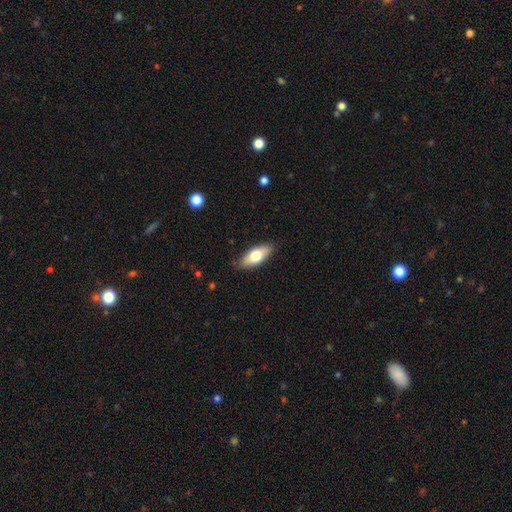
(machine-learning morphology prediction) smooth 69%, featured or disk 25%, star or artifact 6%. Down the decision tree: how rounded — in between (80%); merging — none (86%).